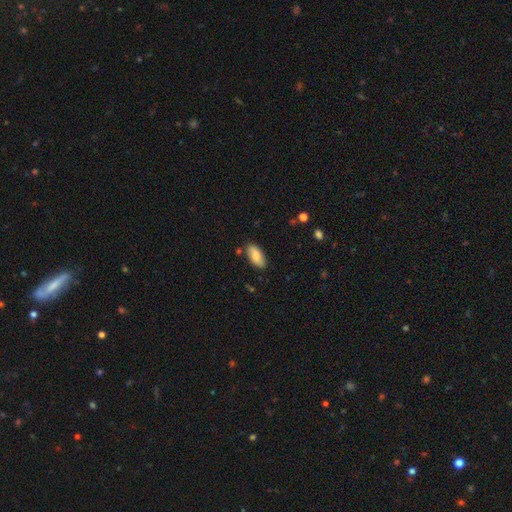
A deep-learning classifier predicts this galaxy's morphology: Smooth or featured?
  - smooth: 77% *
  - featured or disk: 17%
  - star or artifact: 7%
How rounded?
  - in between: 91% *
  - cigar-shaped: 7%
  - round: 3%
Merging?
  - none: 81% *
  - minor disturbance: 13%
  - merger: 3%
  - major disturbance: 2%